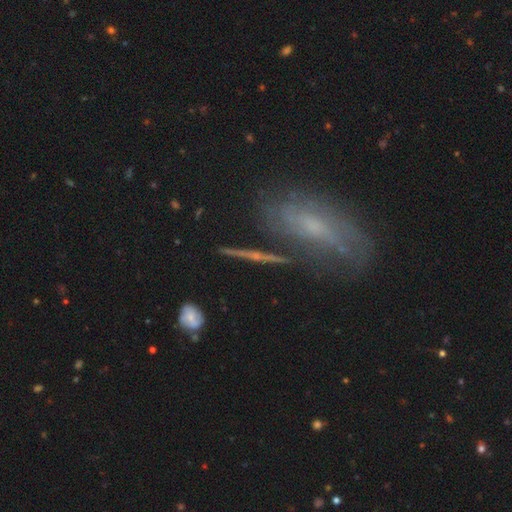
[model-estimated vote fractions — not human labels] The model was most divided on "edge-on disk": yes: 58%, no: 42%. More confident: merging — none (69%); smooth or featured — featured or disk (62%).